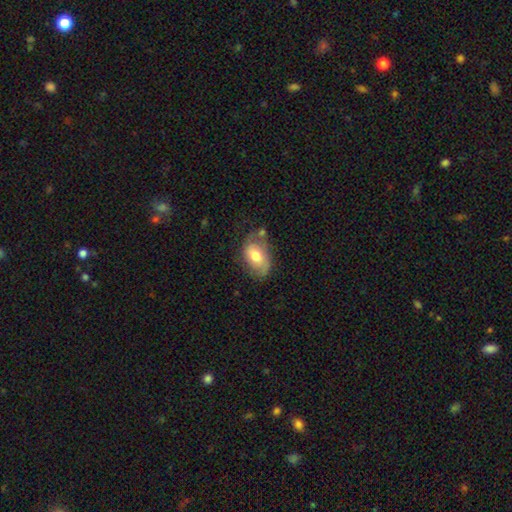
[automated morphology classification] This is possibly a smooth galaxy (56%). How rounded: clearly in between (88%). Merging: possibly none (52%).